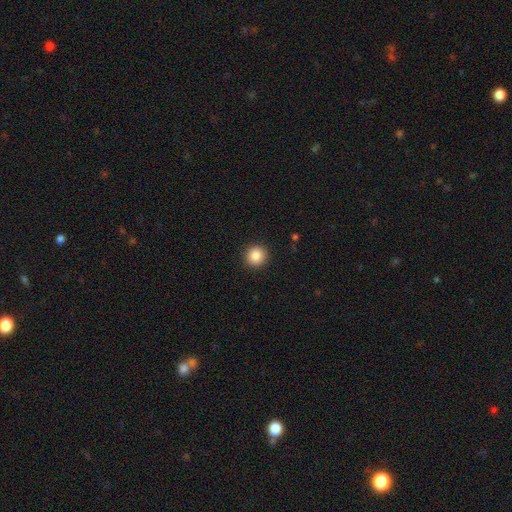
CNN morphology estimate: smooth_or_featured: smooth (p=0.86) [alt: star or artifact p=0.10]
how_rounded: round (p=0.93) [alt: in between p=0.06]
merging: none (p=0.92) [alt: minor disturbance p=0.05]